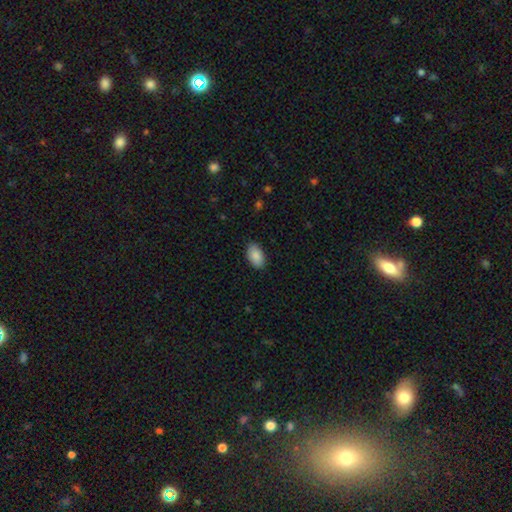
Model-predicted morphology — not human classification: This appears to be a smooth galaxy with no disk features (89%) that is in between round and cigar-shaped (94%). Merging: none (87%).